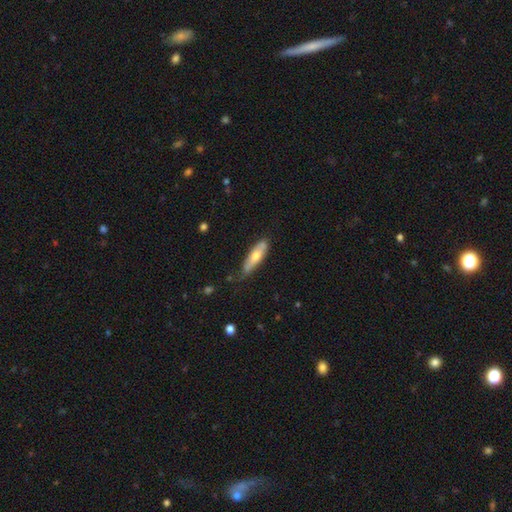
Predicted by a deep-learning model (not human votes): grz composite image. It shows a smooth galaxy with no disk features (57%) that is cigar-shaped (60%). Merging: none (69%).